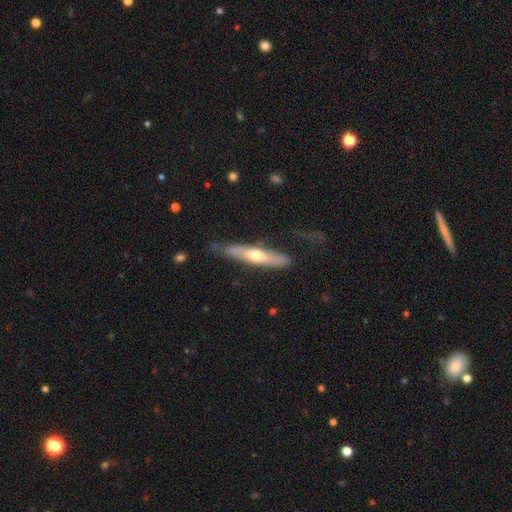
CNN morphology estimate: type=featured or disk (51%); edge-on=yes (77%); merging=none (69%).